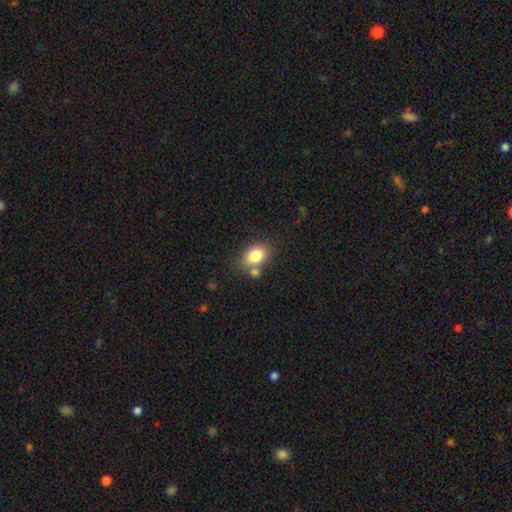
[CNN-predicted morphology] Q: Smooth or featured?
A: smooth (82%); runner-up: featured or disk (10%)
Q: How rounded?
A: in between (79%); runner-up: round (20%)
Q: Merging?
A: none (63%); runner-up: merger (19%)